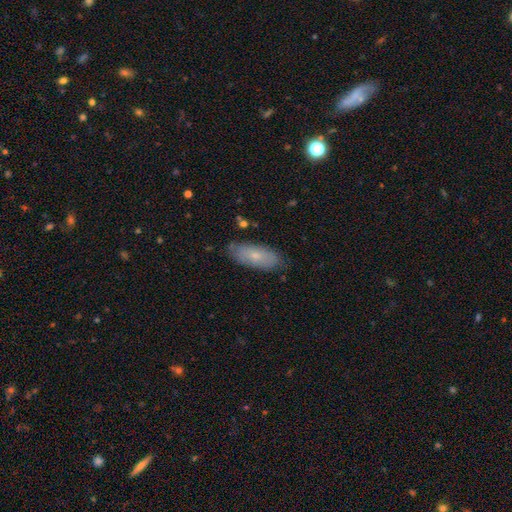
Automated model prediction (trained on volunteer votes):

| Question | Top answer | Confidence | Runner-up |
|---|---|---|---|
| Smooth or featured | smooth | 68% | featured or disk (26%) |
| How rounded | in between | 78% | cigar-shaped (20%) |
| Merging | none | 80% | minor disturbance (15%) |